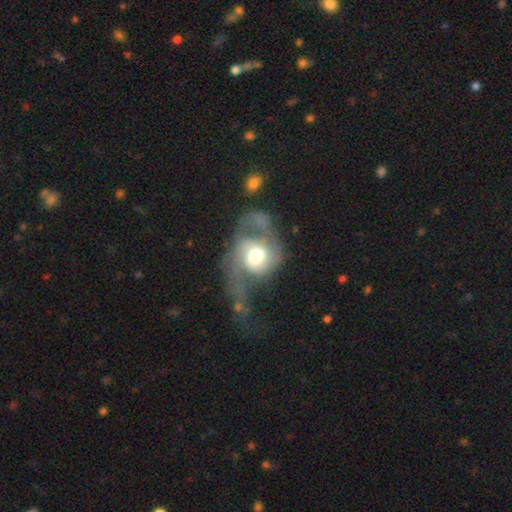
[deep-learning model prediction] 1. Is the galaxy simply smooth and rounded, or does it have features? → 66% featured or disk, 27% smooth, 7% star or artifact.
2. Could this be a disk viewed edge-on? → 96% no, 4% yes.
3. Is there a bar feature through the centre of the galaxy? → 67% no, 26% weak, 6% strong.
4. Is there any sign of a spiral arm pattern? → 75% yes, 25% no.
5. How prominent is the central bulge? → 51% moderate, 36% large, 6% dominant, 6% small, 1% none.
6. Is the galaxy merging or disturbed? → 57% major disturbance, 21% none, 15% minor disturbance, 7% merger.